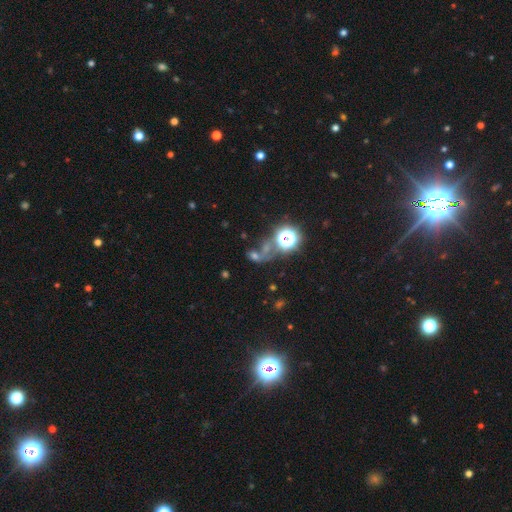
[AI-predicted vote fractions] Morphology: type=star or artifact (46%).